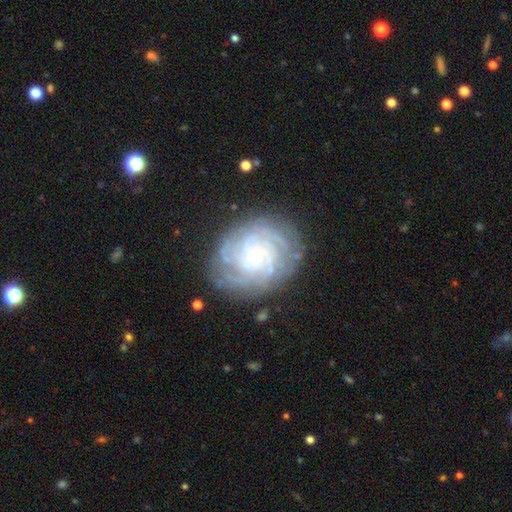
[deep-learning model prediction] Morphology: type=featured or disk (84%); edge-on=no (97%); bar=no (78%); spiral arms=yes (96%); winding=tight (78%); arm count=can't tell (27%); bulge=small (80%); merging=none (80%).